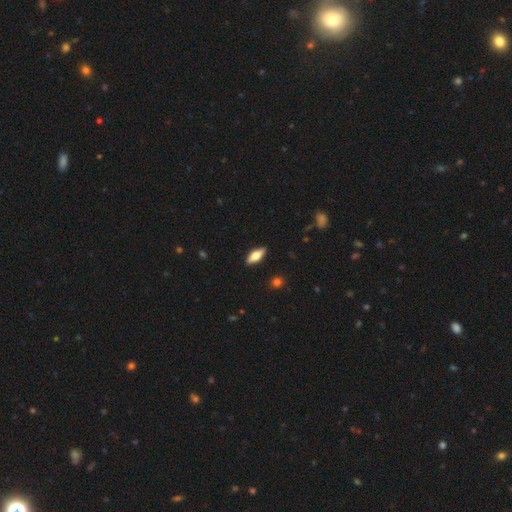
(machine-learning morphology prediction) Overall: smooth (60%; featured or disk 34%). How rounded: in between (70%). Merging: none (89%).